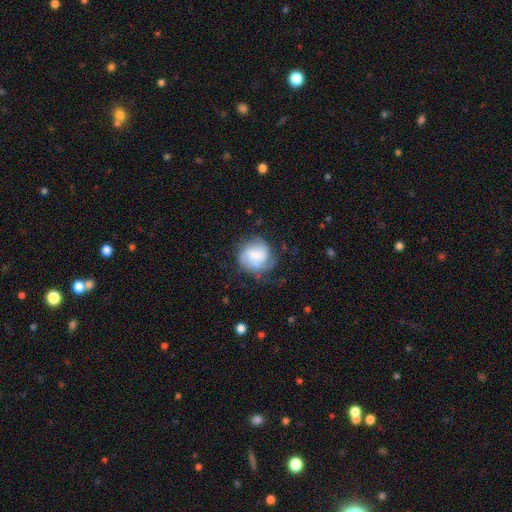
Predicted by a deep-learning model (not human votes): Smooth or featured: smooth — 54% (featured or disk — 38%)
How rounded: round — 83% (in between — 16%)
Merging: none — 58% (minor disturbance — 26%)